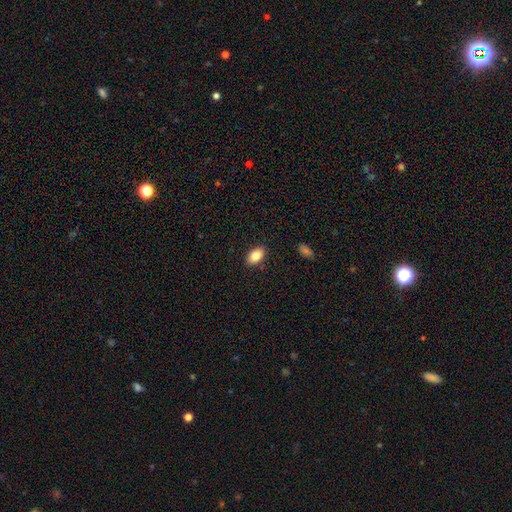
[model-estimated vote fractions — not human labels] smooth_or_featured: smooth (p=0.83) [alt: featured or disk p=0.09]
how_rounded: in between (p=0.92) [alt: round p=0.06]
merging: none (p=0.88) [alt: minor disturbance p=0.09]